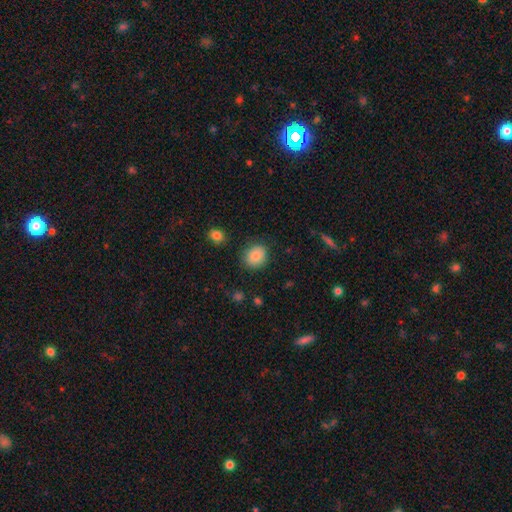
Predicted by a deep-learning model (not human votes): smooth_or_featured: smooth (p=0.86) [alt: star or artifact p=0.09]
how_rounded: round (p=0.64) [alt: in between p=0.35]
merging: none (p=0.82) [alt: minor disturbance p=0.12]